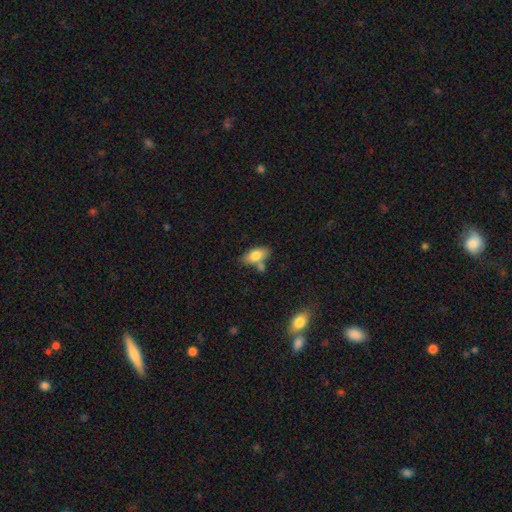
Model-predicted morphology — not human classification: Smooth or featured? smooth (78%)
How rounded? in between (88%)
Merging? none (59%)